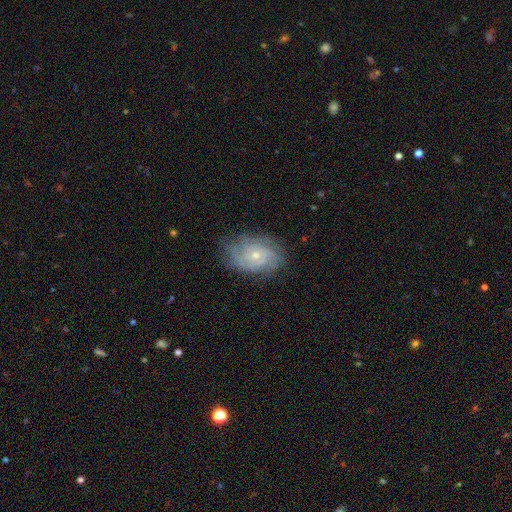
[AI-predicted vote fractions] Smooth or featured?
  - featured or disk: 78% *
  - smooth: 15%
  - star or artifact: 7%
Edge-on disk?
  - no: 97% *
  - yes: 3%
Bar?
  - no: 74% *
  - weak: 23%
  - strong: 3%
Spiral arms?
  - yes: 94% *
  - no: 6%
Spiral winding?
  - tight: 62% *
  - medium: 31%
  - loose: 8%
Spiral arm count?
  - can't tell: 37% *
  - 3: 19%
  - 2: 19%
  - 4: 14%
  - more than 4: 6%
  - 1: 6%
Bulge size?
  - small: 65% *
  - moderate: 32%
  - none: 2%
  - large: 1%
  - dominant: 1%
Merging?
  - none: 75% *
  - minor disturbance: 18%
  - major disturbance: 6%
  - merger: 1%